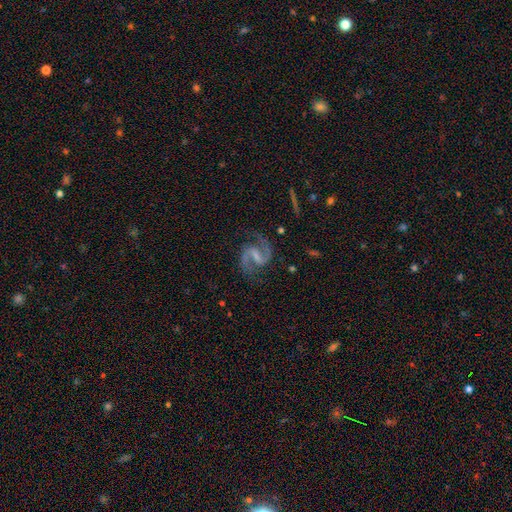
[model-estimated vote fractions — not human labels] A featured or disk galaxy (92%) with a weak bar (50%), 2 (95%) medium (66%) spiral arms (98%) and a small central bulge (44%).

Vote fractions:
- Smooth or featured? featured or disk: 92% / star or artifact: 4% / smooth: 3%
- Edge-on disk? no: 98% / yes: 2%
- Bar? weak: 50% / strong: 35% / no: 15%
- Spiral arms? yes: 98% / no: 2%
- Spiral winding? medium: 66% / loose: 23% / tight: 12%
- Spiral arm count? 2: 95% / can't tell: 1% / 1: 1% / 3: 1% / 4: 1% / more than 4: 1%
- Bulge size? small: 44% / none: 29% / moderate: 23% / large: 2% / dominant: 1%
- Merging? none: 80% / minor disturbance: 13% / major disturbance: 6% / merger: 1%